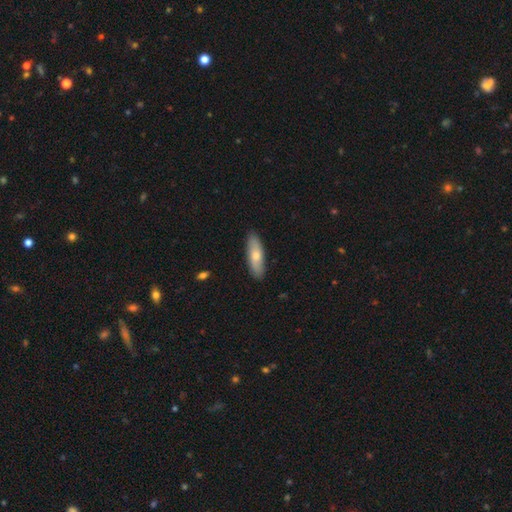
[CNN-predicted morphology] smooth-or-featured: smooth: 69% | featured or disk: 25% | star or artifact: 5%
  how-rounded: in between: 55% | cigar-shaped: 42% | round: 2%
  merging: none: 88% | minor disturbance: 10% | major disturbance: 2% | merger: 1%